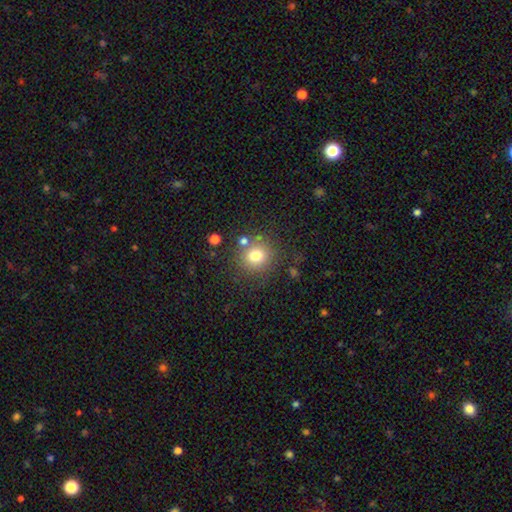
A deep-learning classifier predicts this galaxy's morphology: Q: Smooth or featured?
A: smooth (77%); runner-up: star or artifact (14%)
Q: How rounded?
A: round (89%); runner-up: in between (11%)
Q: Merging?
A: none (76%); runner-up: minor disturbance (10%)